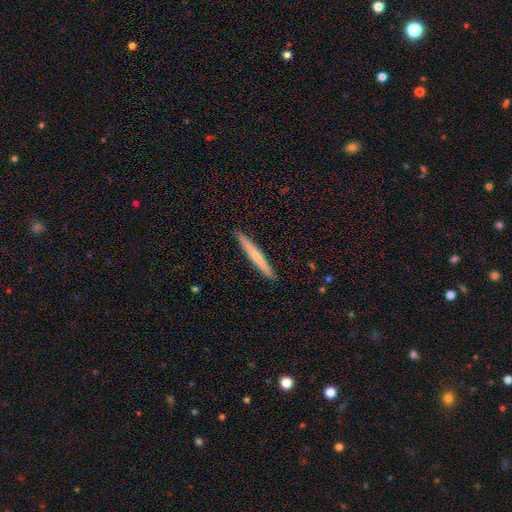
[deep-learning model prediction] Smooth or featured? smooth (57%)
How rounded? cigar-shaped (97%)
Merging? none (92%)